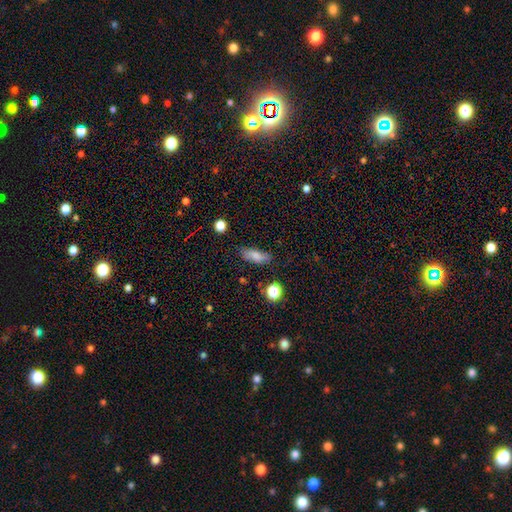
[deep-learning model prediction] smooth 79%, featured or disk 12%, star or artifact 9%. Down the decision tree: how rounded — in between (70%); merging — none (77%).